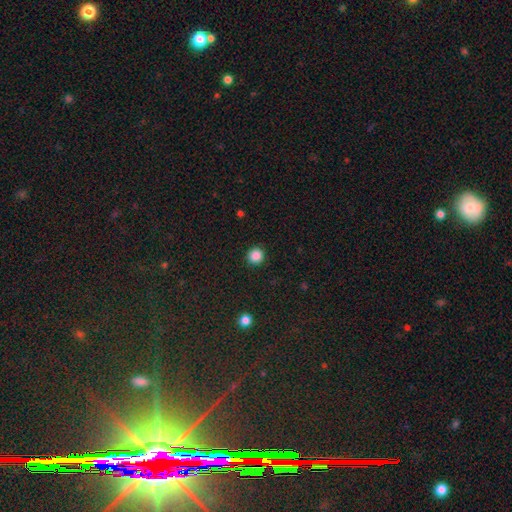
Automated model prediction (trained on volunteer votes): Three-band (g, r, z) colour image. It shows a smooth galaxy with no disk features (87%) that is round (94%). Merging: none (92%).